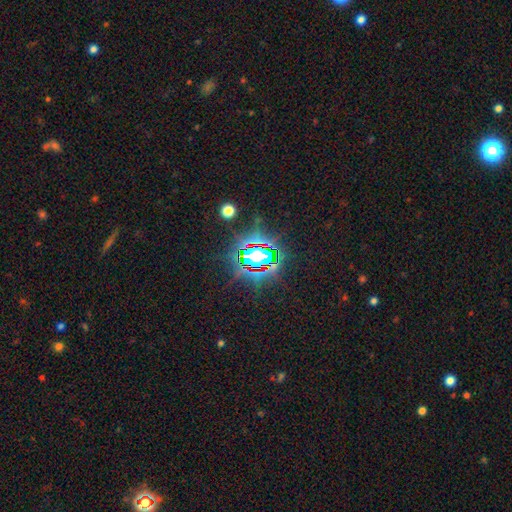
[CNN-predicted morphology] Q: Smooth or featured?
A: star or artifact (76%); runner-up: smooth (13%)